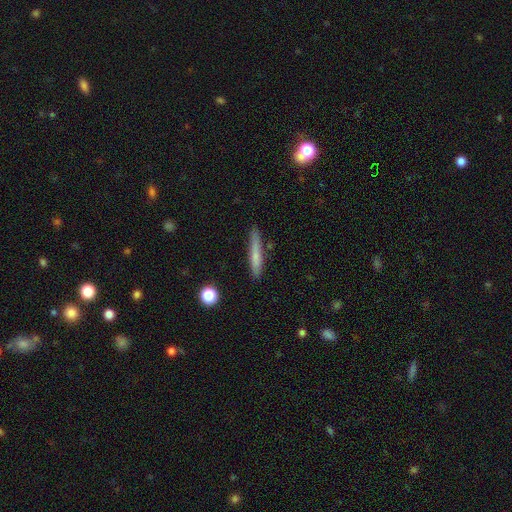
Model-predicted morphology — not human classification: Smooth or featured?
  - smooth: 67% *
  - featured or disk: 26%
  - star or artifact: 7%
How rounded?
  - cigar-shaped: 93% *
  - in between: 5%
  - round: 2%
Merging?
  - none: 84% *
  - minor disturbance: 12%
  - merger: 2%
  - major disturbance: 2%